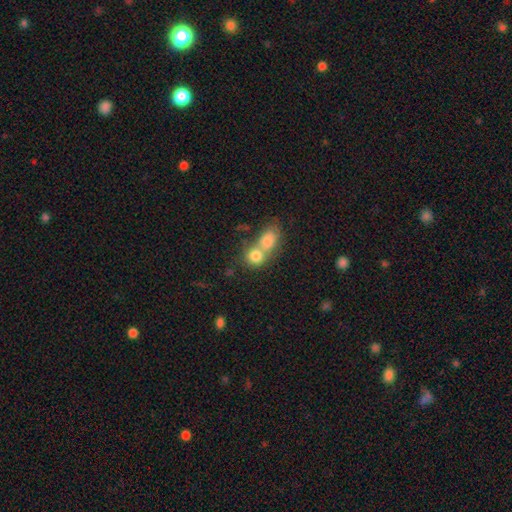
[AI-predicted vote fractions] A smooth galaxy with no disk features (78%) that is round (62%). Merging: merger (64%).